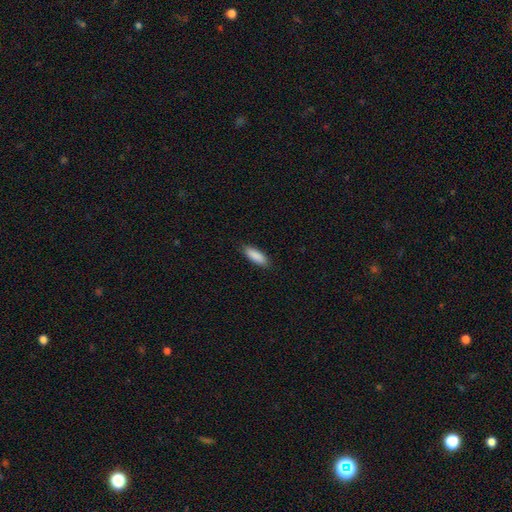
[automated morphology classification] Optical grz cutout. It shows a smooth galaxy with no disk features (89%) that is in between round and cigar-shaped (63%). Merging: none (87%).